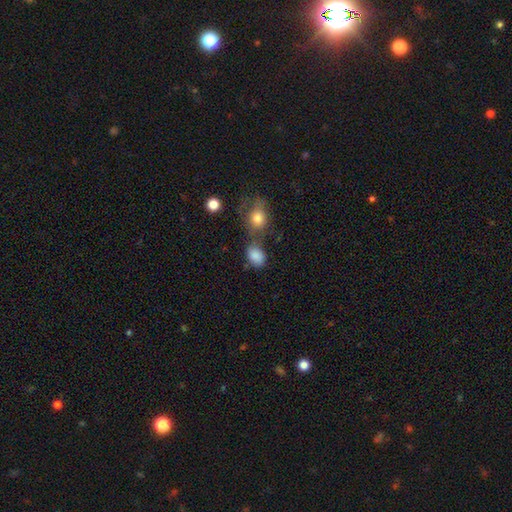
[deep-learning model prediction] Smooth or featured: smooth — 84% (star or artifact — 10%)
How rounded: in between — 68% (round — 30%)
Merging: none — 47% (merger — 28%)